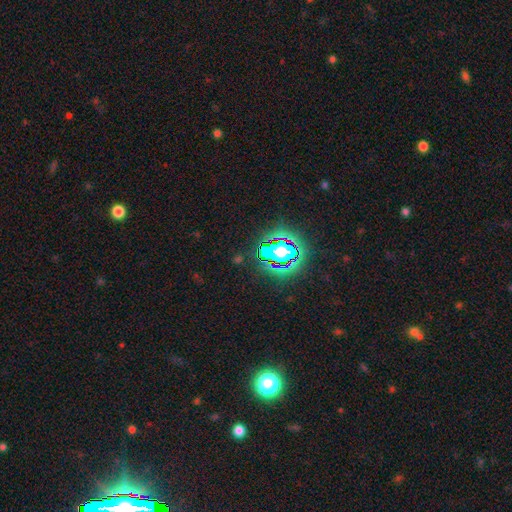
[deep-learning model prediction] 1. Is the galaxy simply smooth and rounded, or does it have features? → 77% star or artifact, 14% smooth, 9% featured or disk.